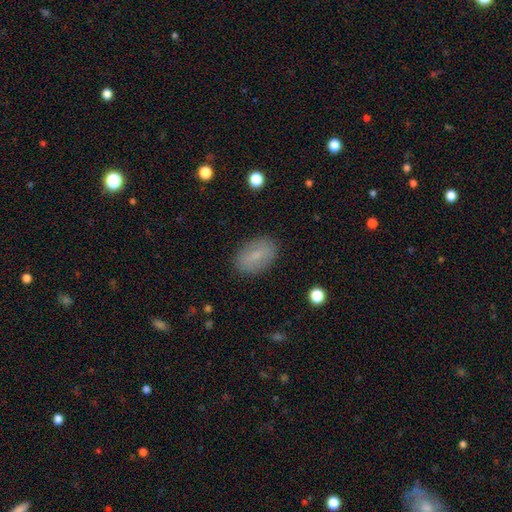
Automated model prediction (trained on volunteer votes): Smooth or featured? smooth (73%)
How rounded? in between (90%)
Merging? none (86%)